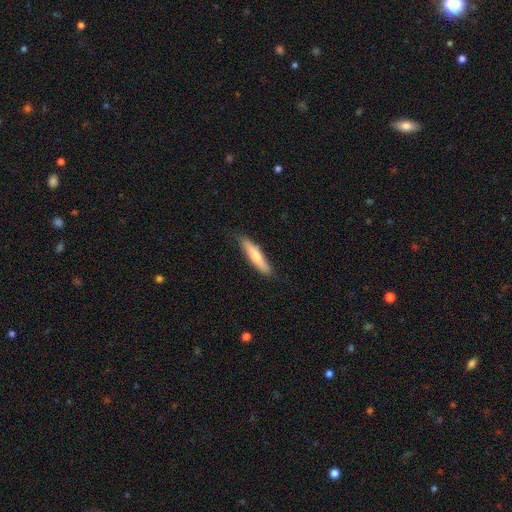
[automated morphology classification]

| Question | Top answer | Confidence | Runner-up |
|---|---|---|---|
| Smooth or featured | smooth | 66% | featured or disk (29%) |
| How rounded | cigar-shaped | 84% | in between (14%) |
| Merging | none | 80% | minor disturbance (16%) |